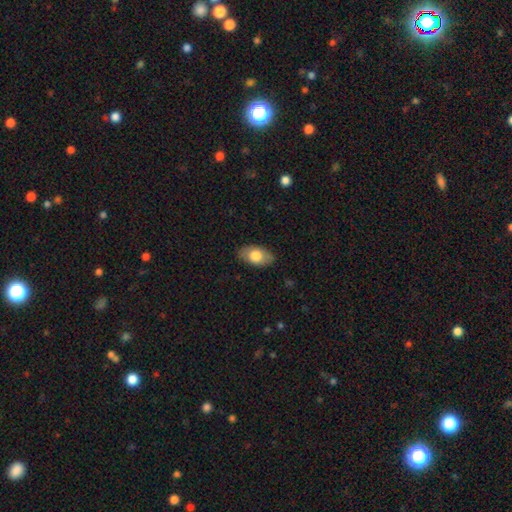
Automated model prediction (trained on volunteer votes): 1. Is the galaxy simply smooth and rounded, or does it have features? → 73% smooth, 20% featured or disk, 6% star or artifact.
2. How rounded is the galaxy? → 92% in between, 6% round, 2% cigar-shaped.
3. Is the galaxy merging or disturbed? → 84% none, 13% minor disturbance, 3% major disturbance, 1% merger.